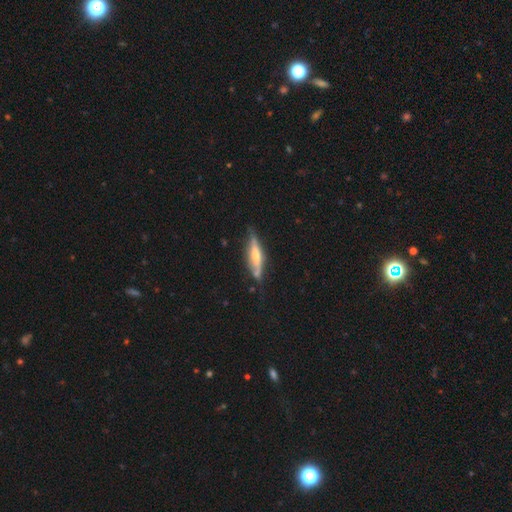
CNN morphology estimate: Smooth or featured? Predicted: featured or disk (p=0.64). Edge-on disk? Predicted: yes (p=0.88). Edge-on bulge? Predicted: rounded (p=0.75). Merging? Predicted: none (p=0.72).